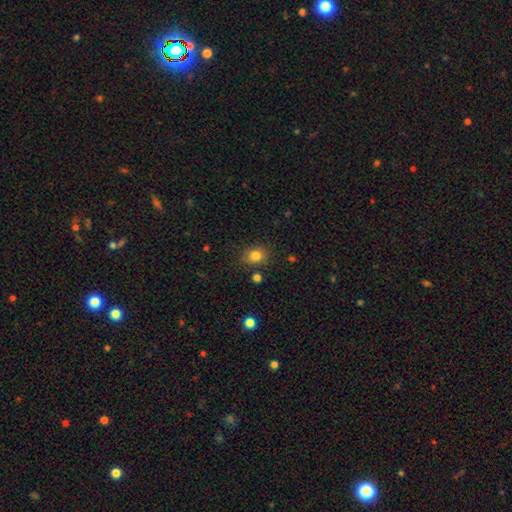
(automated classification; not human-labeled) This appears to be a smooth galaxy with no disk features (82%) that is in between round and cigar-shaped (51%). Merging: none (81%).